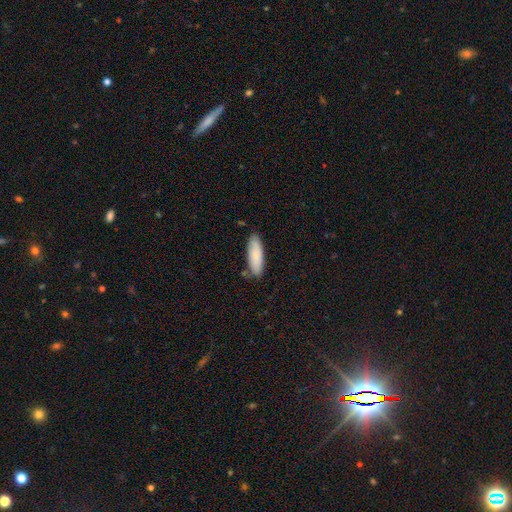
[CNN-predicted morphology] Overall: smooth (87%). How rounded: in between (56%; cigar-shaped 42%). Merging: none (81%).